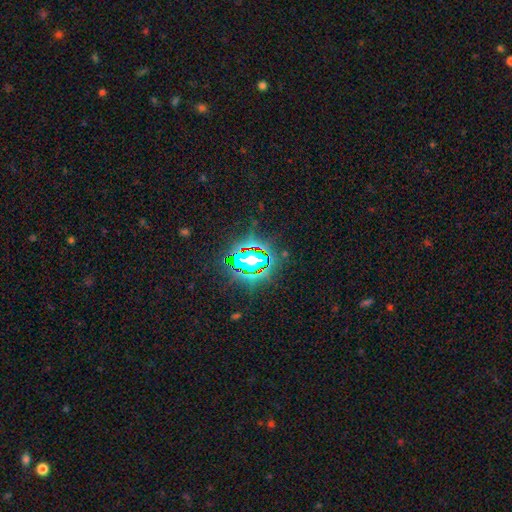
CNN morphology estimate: This appears to be a star or artifact, not a galaxy (77%).